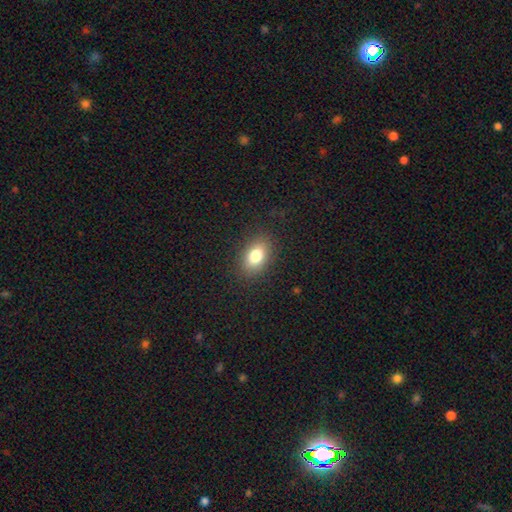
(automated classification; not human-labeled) smooth_or_featured: smooth (p=0.79) [alt: featured or disk p=0.11]
how_rounded: in between (p=0.83) [alt: round p=0.16]
merging: none (p=0.86) [alt: minor disturbance p=0.09]